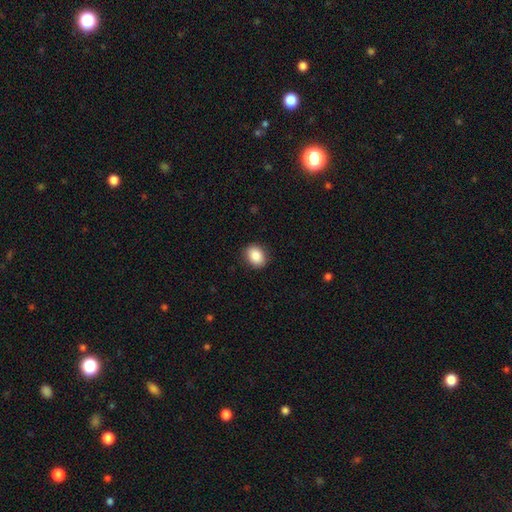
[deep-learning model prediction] Smooth or featured: smooth — 88% (star or artifact — 8%)
How rounded: in between — 60% (round — 39%)
Merging: none — 89% (minor disturbance — 8%)